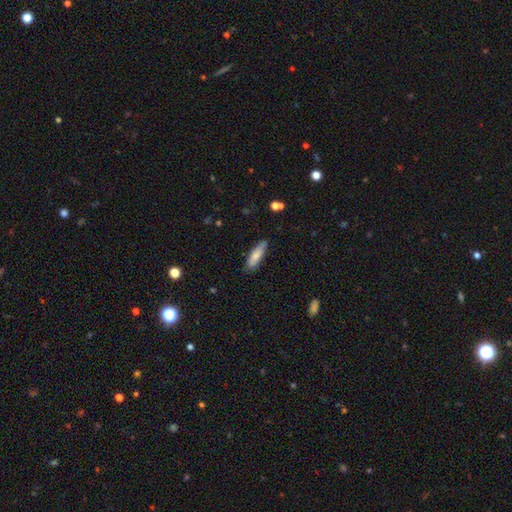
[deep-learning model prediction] smooth_or_featured: smooth (p=0.78) [alt: featured or disk p=0.16]
how_rounded: cigar-shaped (p=0.58) [alt: in between p=0.41]
merging: none (p=0.80) [alt: minor disturbance p=0.16]